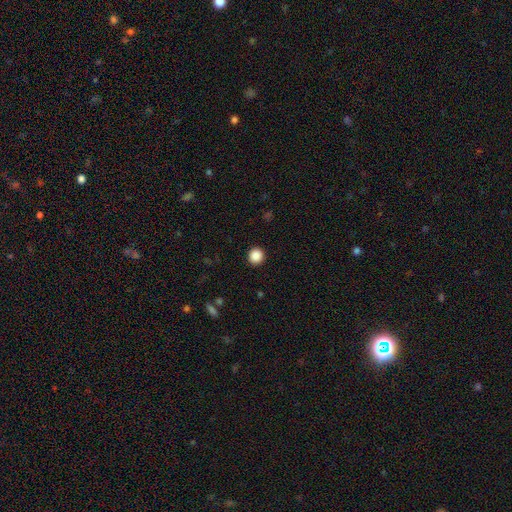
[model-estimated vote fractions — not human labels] This is clearly a smooth galaxy (88%). How rounded: clearly round (93%). Merging: clearly none (93%).